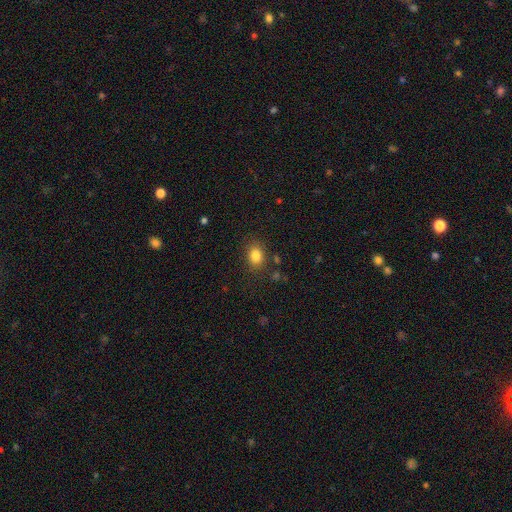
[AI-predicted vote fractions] smooth_or_featured: smooth (p=0.83) [alt: star or artifact p=0.11]
how_rounded: in between (p=0.60) [alt: round p=0.39]
merging: none (p=0.83) [alt: minor disturbance p=0.11]